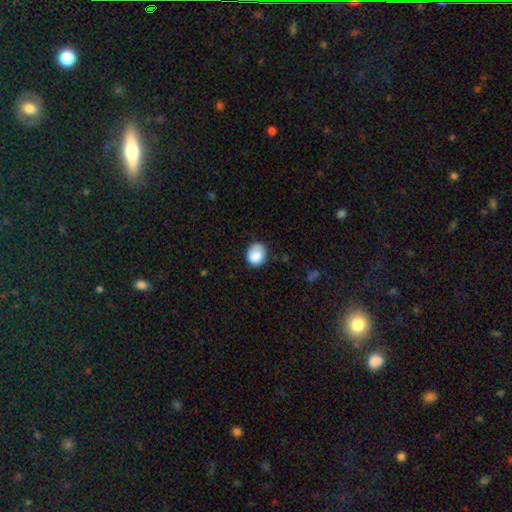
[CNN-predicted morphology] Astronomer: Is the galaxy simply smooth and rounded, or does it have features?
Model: smooth — 85%.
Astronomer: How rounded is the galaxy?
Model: round — 66%.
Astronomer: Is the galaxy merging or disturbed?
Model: none — 69%.